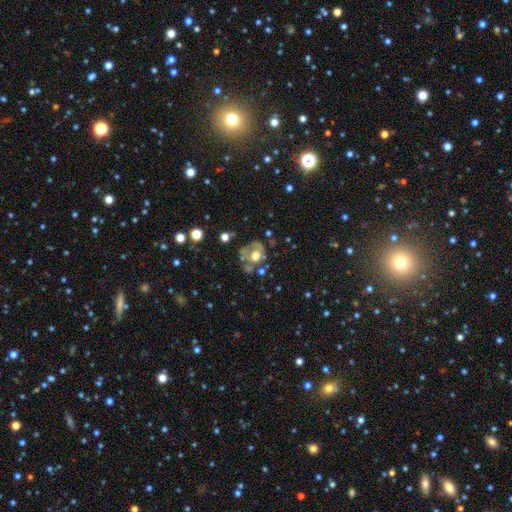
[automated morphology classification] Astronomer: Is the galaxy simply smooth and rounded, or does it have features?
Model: featured or disk — 46% (runner-up: smooth, 43%).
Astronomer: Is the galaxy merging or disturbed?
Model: none — 41% (runner-up: major disturbance, 23%).